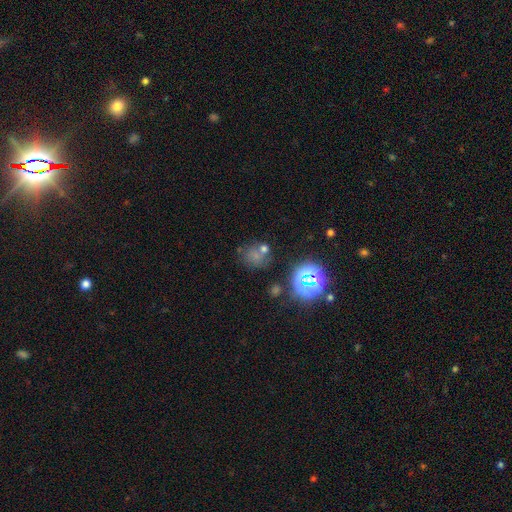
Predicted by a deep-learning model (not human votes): Overall: smooth (53%; star or artifact 33%). How rounded: round (76%). Merging: none (54%; merger 22%).